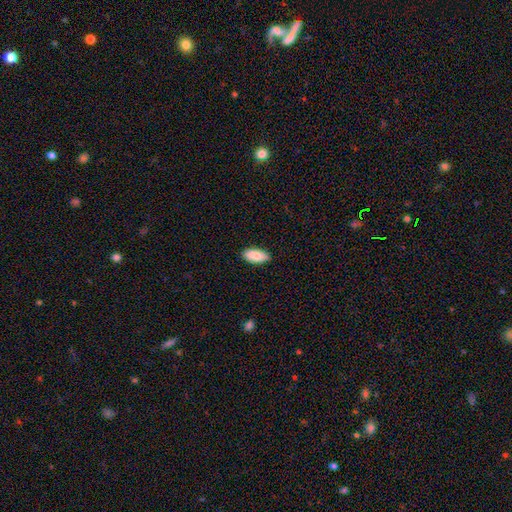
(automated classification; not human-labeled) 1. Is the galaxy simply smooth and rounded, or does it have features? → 85% smooth, 9% featured or disk, 6% star or artifact.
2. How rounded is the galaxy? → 90% in between, 8% cigar-shaped, 2% round.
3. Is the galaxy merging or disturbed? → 87% none, 11% minor disturbance, 2% major disturbance, 1% merger.